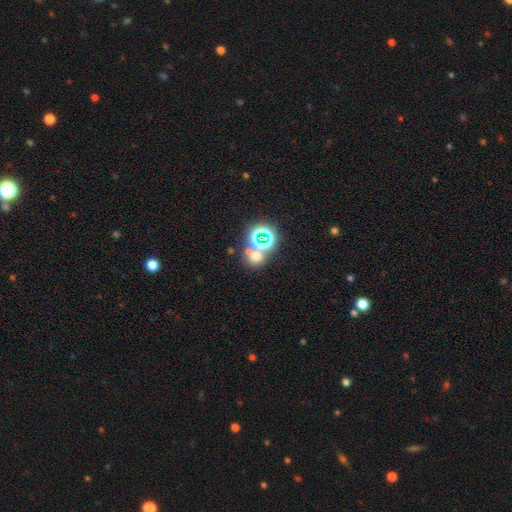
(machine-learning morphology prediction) Smooth or featured? Predicted: smooth (p=0.54). How rounded? Predicted: round (p=0.81). Merging? Predicted: none (p=0.57).